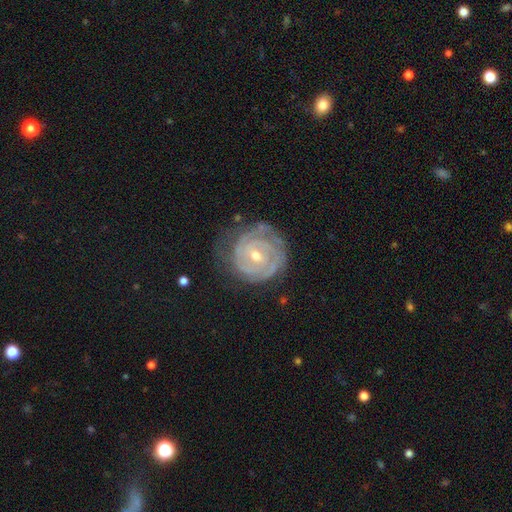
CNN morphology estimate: This is clearly a featured or disk galaxy (87%). It is clearly not viewed edge-on (98%). Bar: possibly no (54%). Spiral arm pattern: clearly yes (96%). Spiral arm count: marginally 2 (30%, tied with can't tell). Spiral winding: clearly tight (83%). Central bulge: possibly small (52%). Merging: likely none (70%).